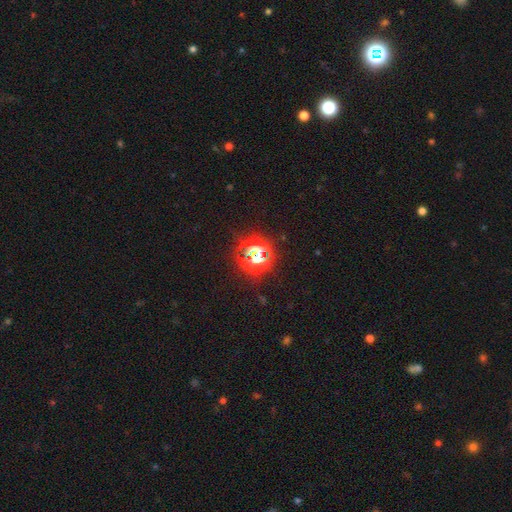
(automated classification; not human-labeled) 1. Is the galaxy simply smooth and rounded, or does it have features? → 66% star or artifact, 25% smooth, 9% featured or disk.